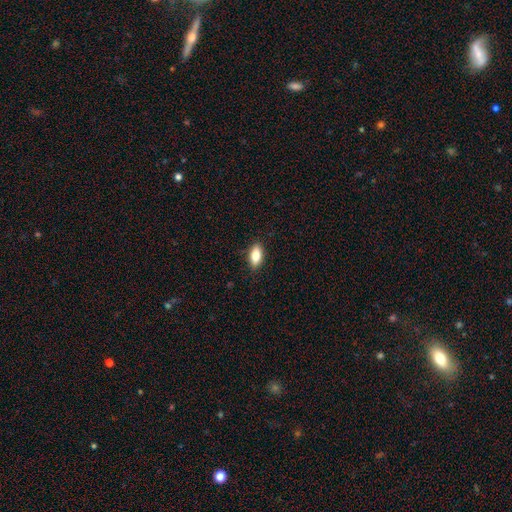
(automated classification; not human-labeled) Smooth or featured: smooth — 82% (featured or disk — 10%)
How rounded: in between — 88% (cigar-shaped — 8%)
Merging: none — 87% (minor disturbance — 10%)